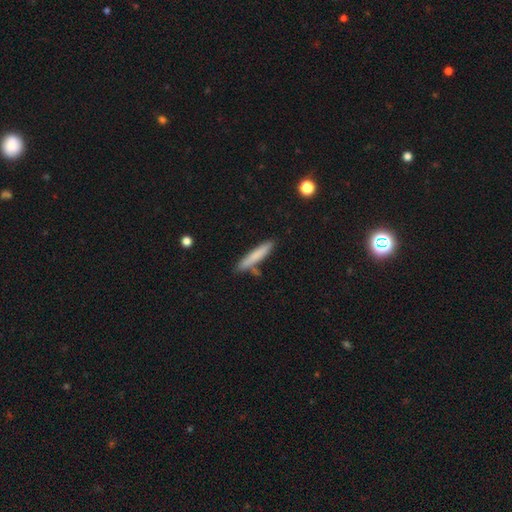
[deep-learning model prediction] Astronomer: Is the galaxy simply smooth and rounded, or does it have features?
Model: smooth — 73%.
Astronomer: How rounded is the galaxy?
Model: cigar-shaped — 93%.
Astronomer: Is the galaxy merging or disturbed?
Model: none — 78%.